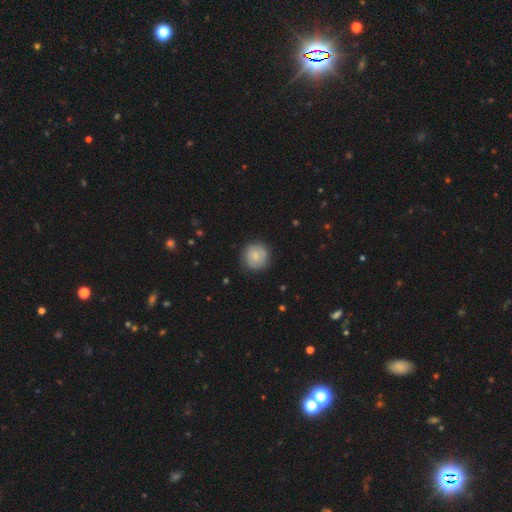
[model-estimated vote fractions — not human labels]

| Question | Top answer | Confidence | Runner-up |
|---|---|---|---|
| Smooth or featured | smooth | 74% | featured or disk (19%) |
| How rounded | round | 93% | in between (6%) |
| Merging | none | 84% | minor disturbance (12%) |